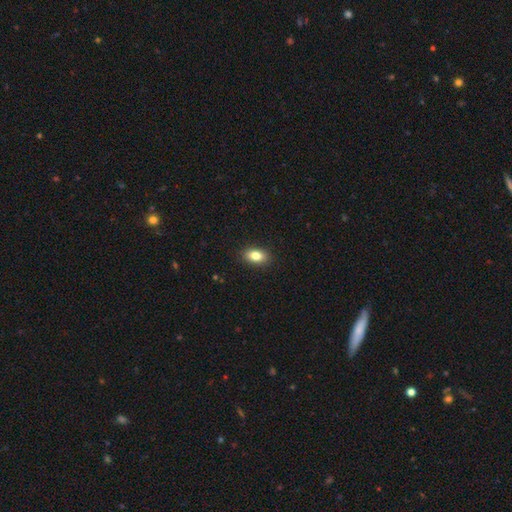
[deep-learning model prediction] This appears to be a smooth galaxy with no disk features (82%) that is in between round and cigar-shaped (88%). Merging: none (90%).